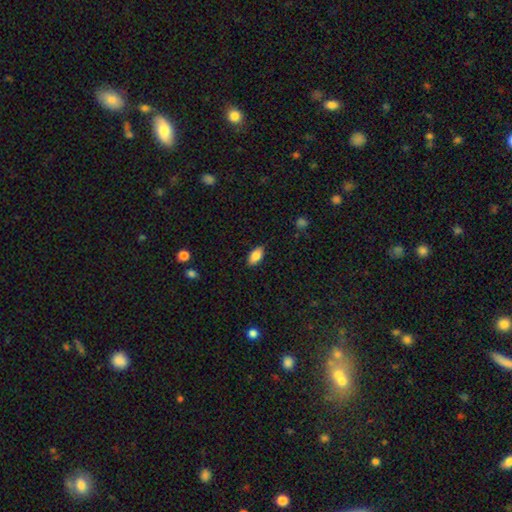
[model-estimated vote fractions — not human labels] Smooth or featured? smooth (85%)
How rounded? in between (91%)
Merging? none (85%)